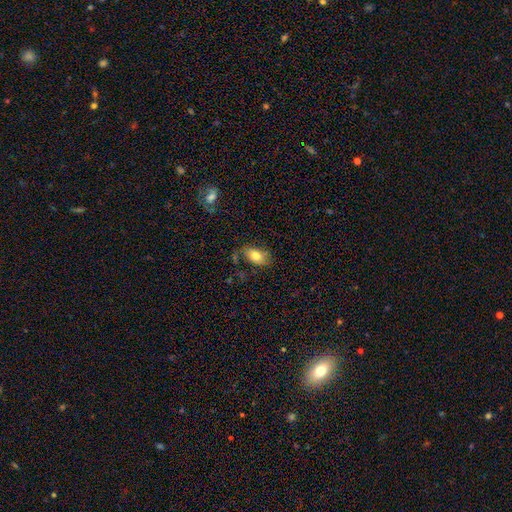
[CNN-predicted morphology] This appears to be a smooth galaxy with no disk features (78%) that is in between round and cigar-shaped (89%). Merging: none (70%).